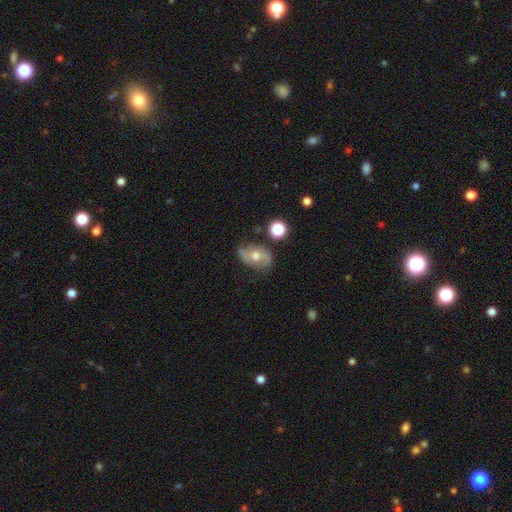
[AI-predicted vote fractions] A featured or disk galaxy (63%) with no bar (55%), spiral arms (79%) and a moderate central bulge (74%). Merging: none (71%).